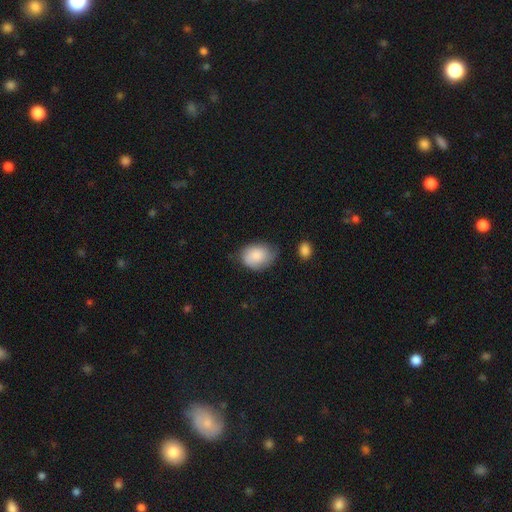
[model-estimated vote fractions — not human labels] smooth 80%, featured or disk 13%, star or artifact 7%. Down the decision tree: how rounded — in between (68%); merging — none (56%).